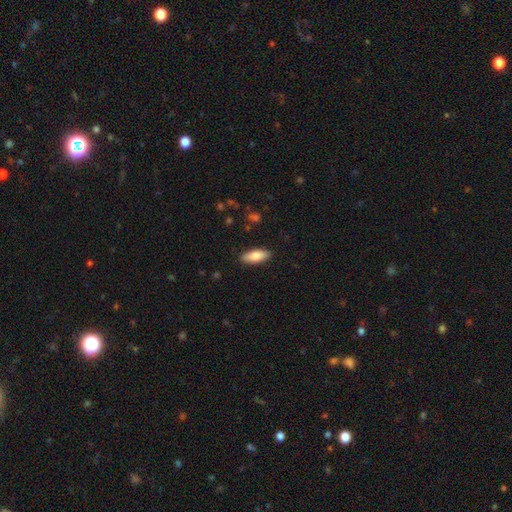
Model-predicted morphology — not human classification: type=smooth (82%); roundness=in between (76%); merging=none (89%).